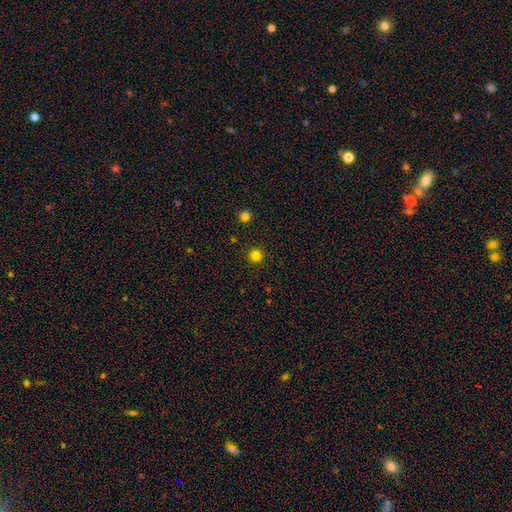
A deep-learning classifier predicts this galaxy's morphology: A smooth galaxy with no disk features (81%) that is round (95%).

Vote fractions:
- Smooth or featured? smooth: 81% / star or artifact: 14% / featured or disk: 4%
- How rounded? round: 95% / in between: 4% / cigar-shaped: 1%
- Merging? none: 92% / minor disturbance: 5% / major disturbance: 2% / merger: 2%